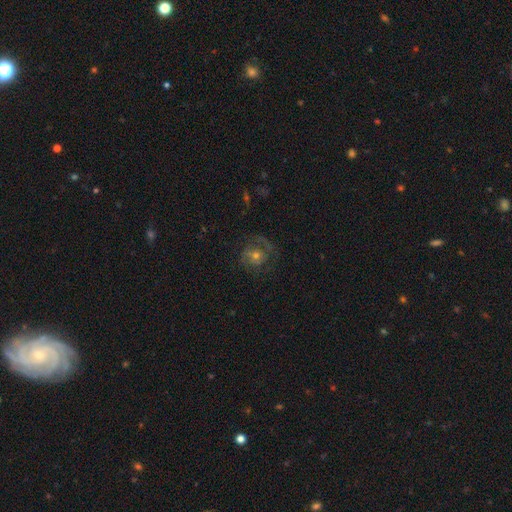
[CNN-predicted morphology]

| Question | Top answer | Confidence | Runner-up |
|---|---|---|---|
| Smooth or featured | featured or disk | 65% | smooth (22%) |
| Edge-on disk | no | 97% | yes (3%) |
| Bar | no | 68% | weak (26%) |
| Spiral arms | yes | 80% | no (20%) |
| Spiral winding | medium | 43% | tight (39%) |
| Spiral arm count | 2 | 44% | can't tell (26%) |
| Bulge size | moderate | 50% | small (43%) |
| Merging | none | 63% | major disturbance (18%) |